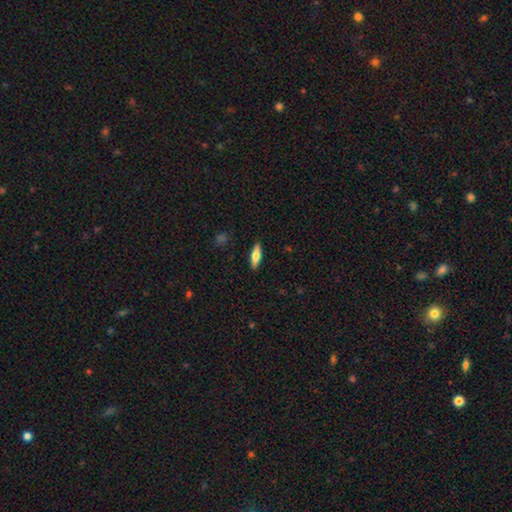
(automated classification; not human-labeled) Smooth or featured: smooth — 61% (featured or disk — 33%)
How rounded: cigar-shaped — 49% (tied with in between — 49%)
Merging: none — 90% (minor disturbance — 7%)